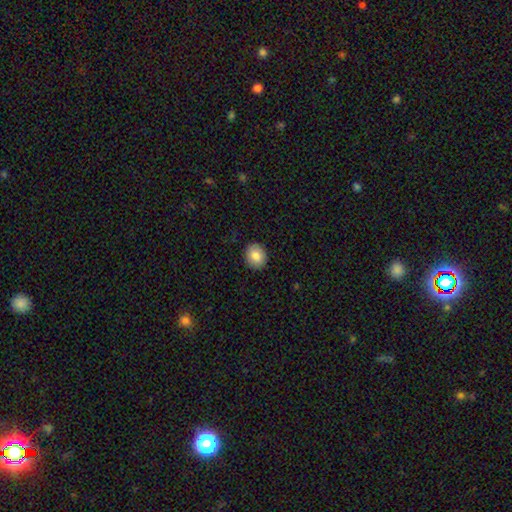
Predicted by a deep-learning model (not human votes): smooth_or_featured: smooth (p=0.85) [alt: star or artifact p=0.08]
how_rounded: round (p=0.66) [alt: in between p=0.33]
merging: none (p=0.90) [alt: minor disturbance p=0.07]